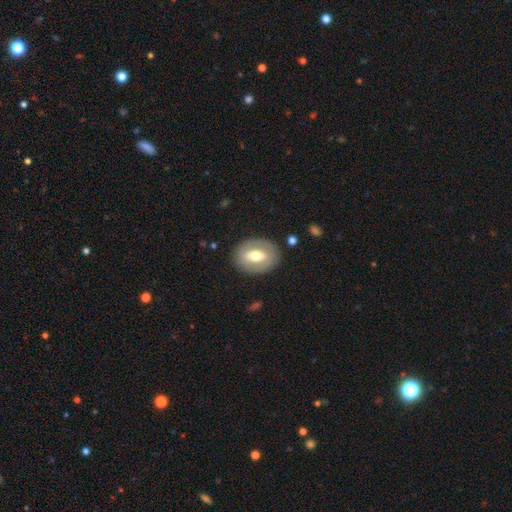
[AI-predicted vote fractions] smooth-or-featured: featured or disk: 53% | smooth: 41% | star or artifact: 6%
  disk-edge-on: no: 91% | yes: 9%
  merging: none: 82% | minor disturbance: 11% | major disturbance: 5% | merger: 1%